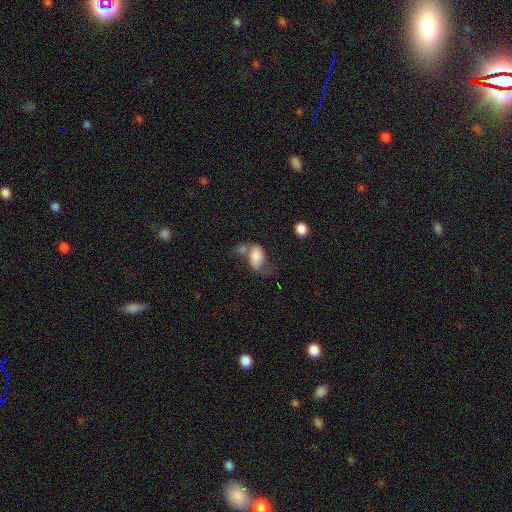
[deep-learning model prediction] Overall: smooth (70%). How rounded: in between (88%). Merging: merger (37%; none 23%).